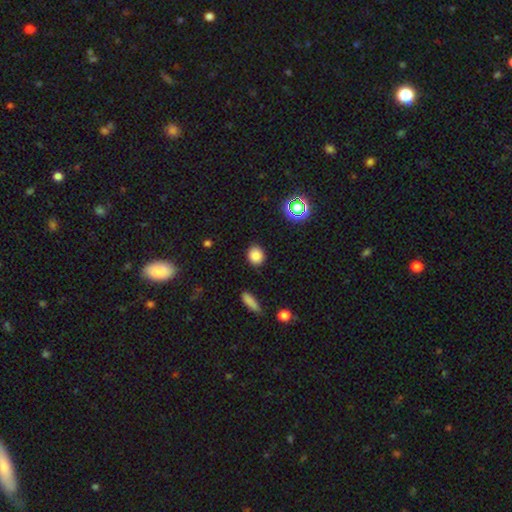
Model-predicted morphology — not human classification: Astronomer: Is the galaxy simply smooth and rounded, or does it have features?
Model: smooth — 85%.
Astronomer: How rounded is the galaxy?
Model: round — 69%.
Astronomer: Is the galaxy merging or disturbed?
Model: none — 89%.